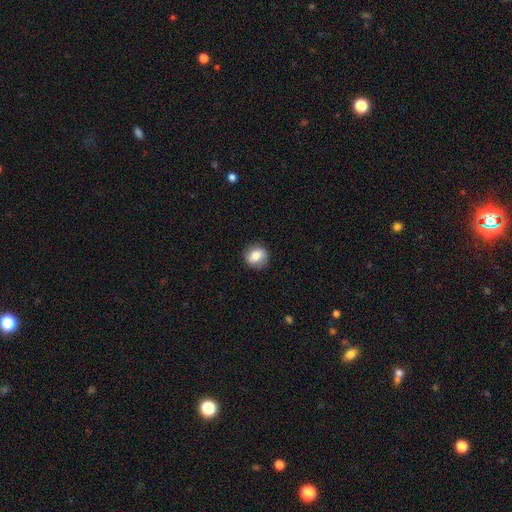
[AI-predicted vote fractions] Q: Smooth or featured?
A: smooth (74%); runner-up: featured or disk (17%)
Q: How rounded?
A: round (77%); runner-up: in between (22%)
Q: Merging?
A: none (84%); runner-up: minor disturbance (12%)